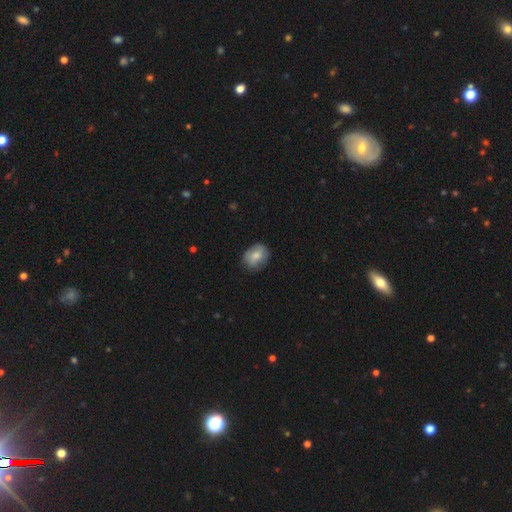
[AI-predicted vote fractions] smooth_or_featured: smooth (p=0.77) [alt: featured or disk p=0.16]
how_rounded: in between (p=0.57) [alt: round p=0.42]
merging: none (p=0.76) [alt: minor disturbance p=0.19]